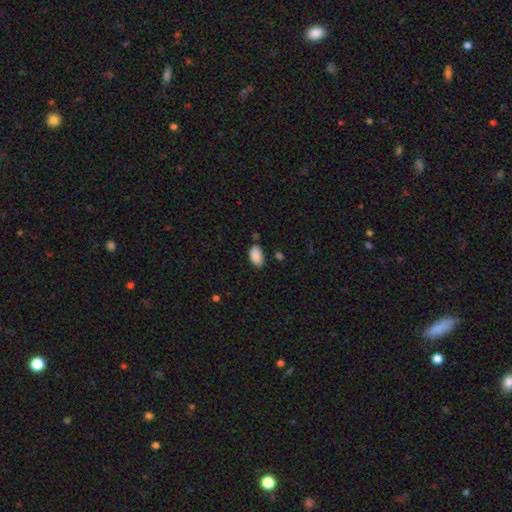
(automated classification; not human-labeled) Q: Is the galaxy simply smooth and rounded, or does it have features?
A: smooth — 89%.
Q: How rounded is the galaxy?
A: in between — 94%.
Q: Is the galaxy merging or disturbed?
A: none — 75%.